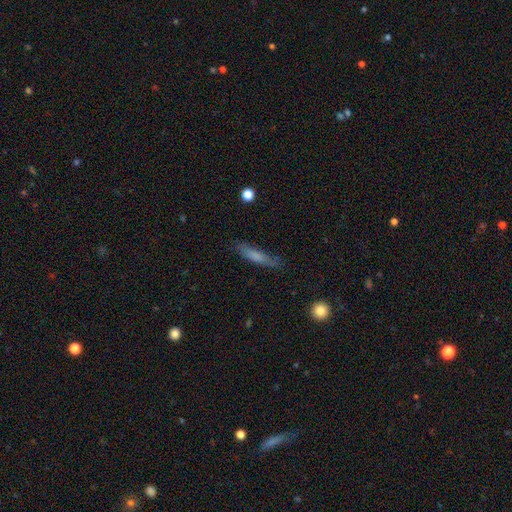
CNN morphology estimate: Smooth or featured? smooth (65%)
How rounded? cigar-shaped (85%)
Merging? none (77%)